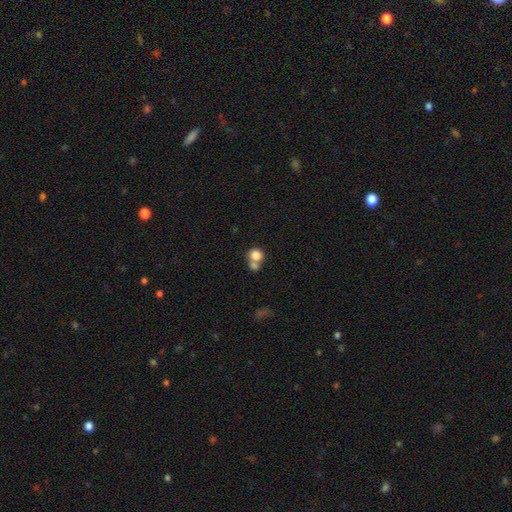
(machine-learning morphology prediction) This is likely a smooth galaxy (80%). How rounded: likely round (76%). Merging: possibly merger (49%).